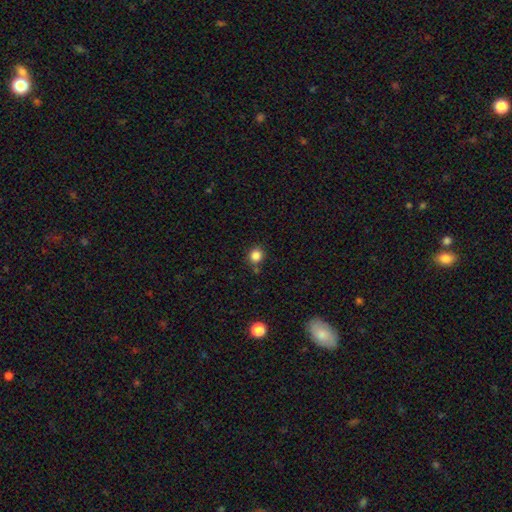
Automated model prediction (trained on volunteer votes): smooth_or_featured: smooth (p=0.84) [alt: star or artifact p=0.12]
how_rounded: round (p=0.87) [alt: in between p=0.12]
merging: none (p=0.79) [alt: minor disturbance p=0.11]